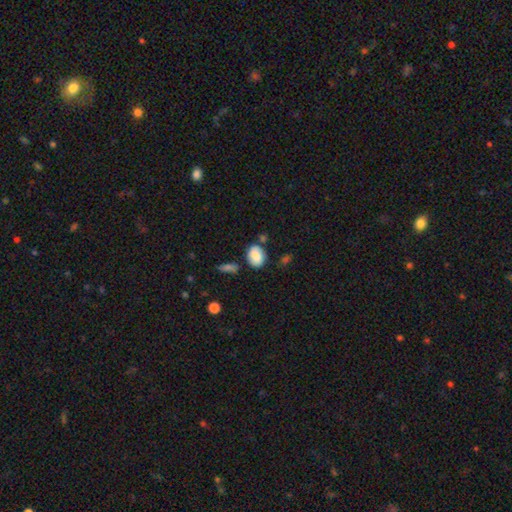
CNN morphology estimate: Smooth or featured? Predicted: smooth (p=0.75). How rounded? Predicted: in between (p=0.62). Merging? Predicted: none (p=0.66).